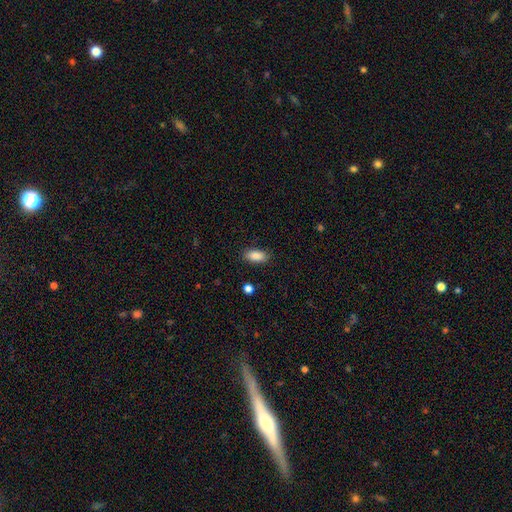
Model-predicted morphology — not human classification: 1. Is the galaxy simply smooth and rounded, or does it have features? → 88% smooth, 7% star or artifact, 5% featured or disk.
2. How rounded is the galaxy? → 89% in between, 7% cigar-shaped, 3% round.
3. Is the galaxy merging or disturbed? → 87% none, 9% minor disturbance, 2% major disturbance, 1% merger.